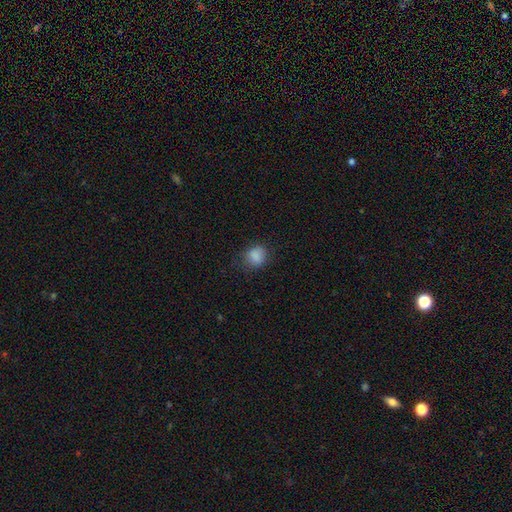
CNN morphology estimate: A smooth galaxy with no disk features (85%) that is round (65%).

Vote fractions:
- Smooth or featured? smooth: 85% / star or artifact: 10% / featured or disk: 5%
- How rounded? round: 65% / in between: 34% / cigar-shaped: 1%
- Merging? none: 73% / minor disturbance: 19% / major disturbance: 6% / merger: 1%